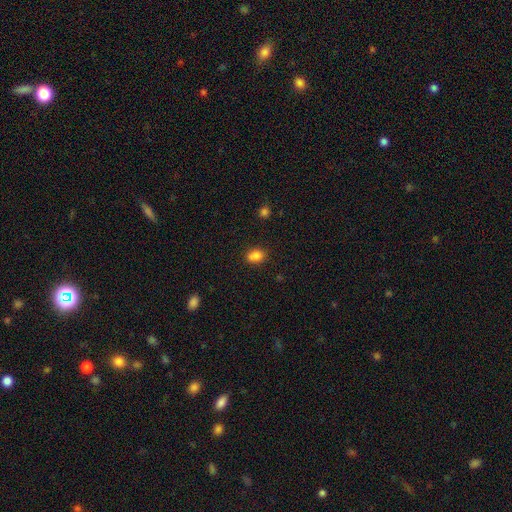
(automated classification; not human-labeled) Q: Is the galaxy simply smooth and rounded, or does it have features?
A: smooth — 82%.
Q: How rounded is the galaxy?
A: in between — 60%.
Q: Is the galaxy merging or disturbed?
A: none — 71%.